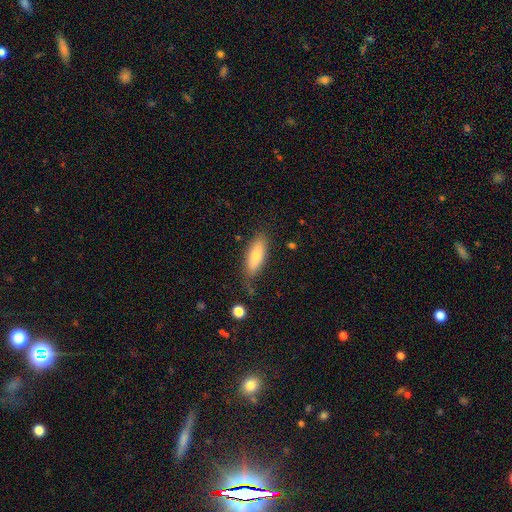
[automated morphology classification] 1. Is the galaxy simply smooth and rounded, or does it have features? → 75% smooth, 18% featured or disk, 7% star or artifact.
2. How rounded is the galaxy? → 62% in between, 36% cigar-shaped, 2% round.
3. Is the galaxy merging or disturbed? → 70% none, 21% minor disturbance, 5% major disturbance, 3% merger.